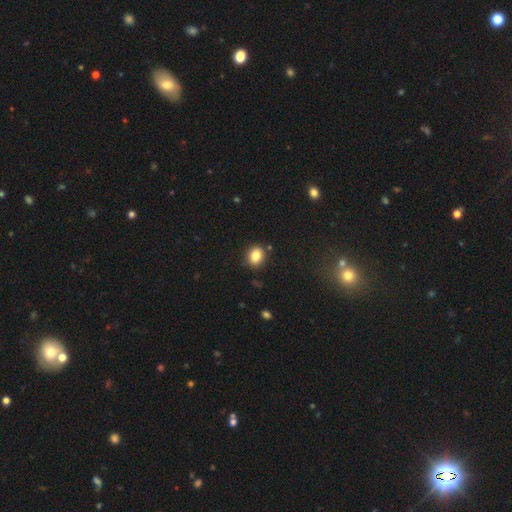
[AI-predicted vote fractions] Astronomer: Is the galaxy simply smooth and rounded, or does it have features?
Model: smooth — 85%.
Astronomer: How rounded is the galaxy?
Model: round — 52% (runner-up: in between, 47%).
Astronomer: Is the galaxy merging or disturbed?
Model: none — 86%.